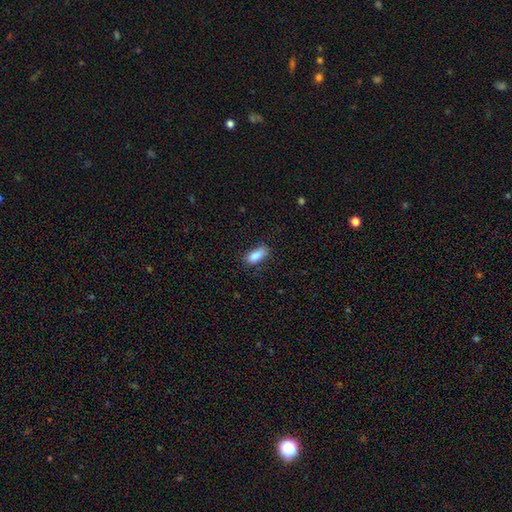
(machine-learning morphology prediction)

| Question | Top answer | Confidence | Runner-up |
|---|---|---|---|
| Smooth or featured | smooth | 87% | star or artifact (7%) |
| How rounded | in between | 85% | cigar-shaped (13%) |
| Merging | none | 76% | minor disturbance (18%) |